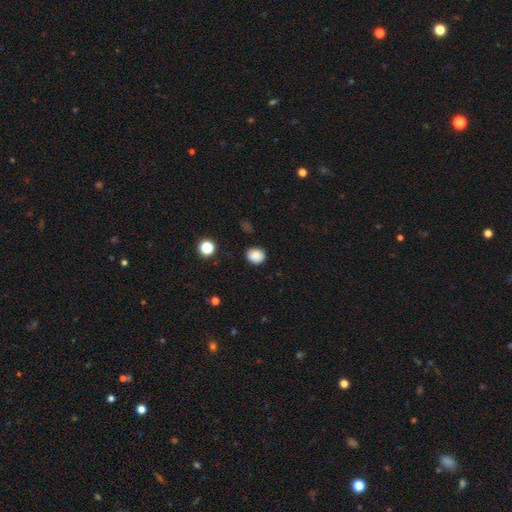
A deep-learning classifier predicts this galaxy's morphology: This is clearly a smooth galaxy (86%). How rounded: likely round (63%). Merging: clearly none (86%).